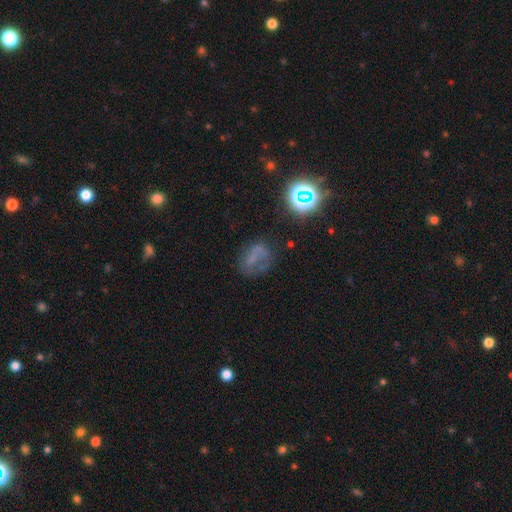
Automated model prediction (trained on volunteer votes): A smooth galaxy with no disk features (41%).

Vote fractions:
- Smooth or featured? smooth: 41% / star or artifact: 30% / featured or disk: 28%
- Merging? none: 50% / minor disturbance: 24% / major disturbance: 22% / merger: 4%